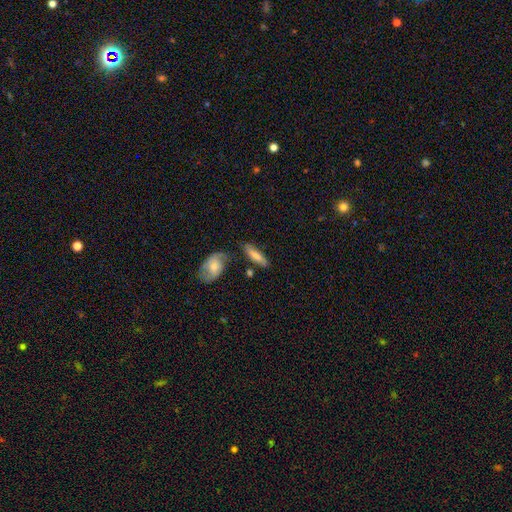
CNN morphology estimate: Q: Smooth or featured?
A: smooth (68%); runner-up: featured or disk (26%)
Q: How rounded?
A: cigar-shaped (58%); runner-up: in between (40%)
Q: Merging?
A: none (64%); runner-up: minor disturbance (21%)